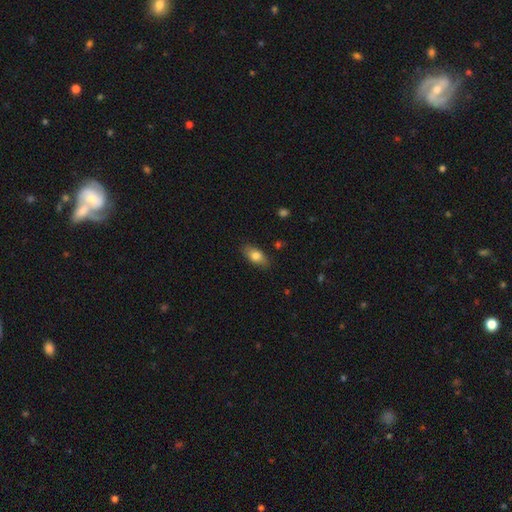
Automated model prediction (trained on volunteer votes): Morphology: type=smooth (79%); roundness=in between (86%); merging=none (85%).